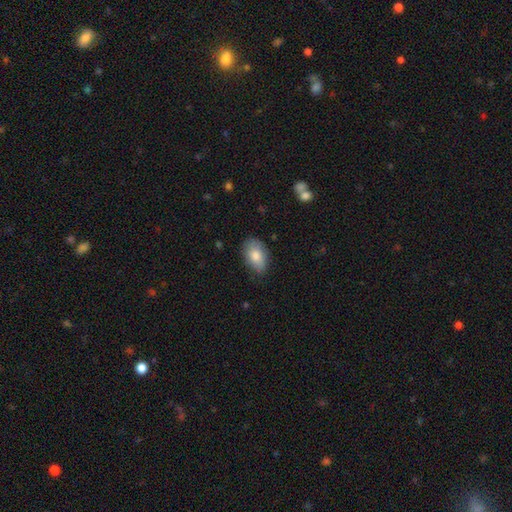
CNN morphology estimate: smooth-or-featured: smooth: 81% | featured or disk: 13% | star or artifact: 7%
  how-rounded: in between: 91% | round: 7% | cigar-shaped: 1%
  merging: none: 75% | minor disturbance: 20% | major disturbance: 3% | merger: 1%